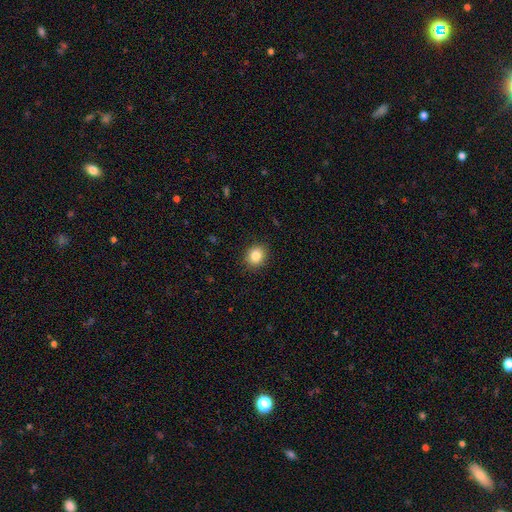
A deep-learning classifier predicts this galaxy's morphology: smooth 84%, star or artifact 10%, featured or disk 6%. Down the decision tree: how rounded — round (72%); merging — none (90%).